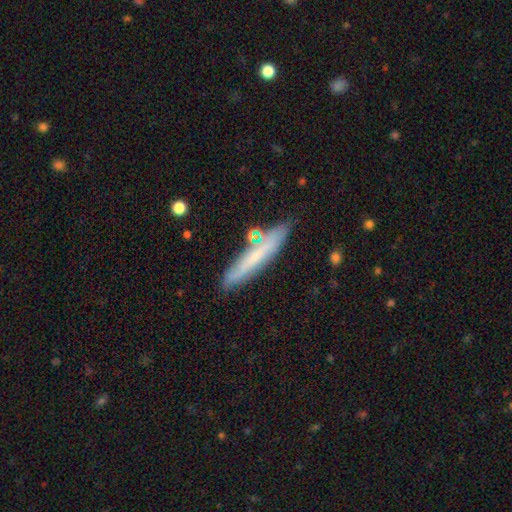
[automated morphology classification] Smooth or featured? smooth (61%)
How rounded? cigar-shaped (90%)
Merging? none (79%)